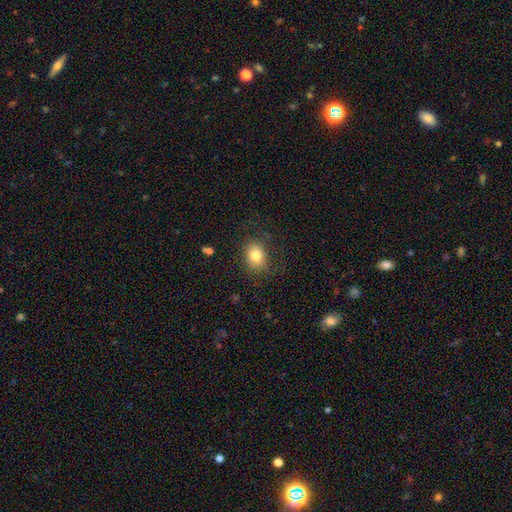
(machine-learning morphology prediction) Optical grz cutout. It shows a smooth galaxy with no disk features (81%) that is in between round and cigar-shaped (58%). Merging: none (79%).